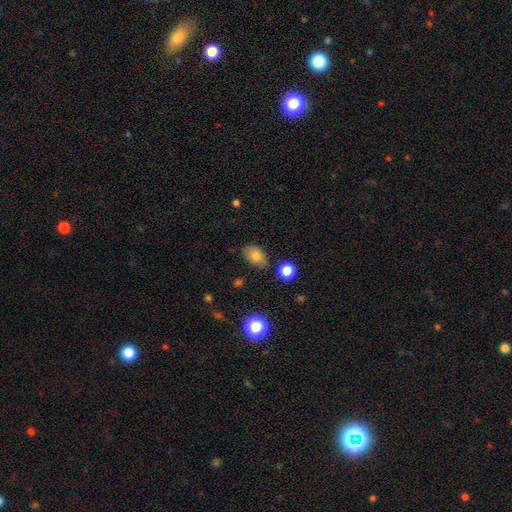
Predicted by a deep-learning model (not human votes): The model was most divided on "merging": none: 80%, minor disturbance: 14%, major disturbance: 3%, merger: 3%. More confident: how rounded — in between (84%); smooth or featured — smooth (79%).